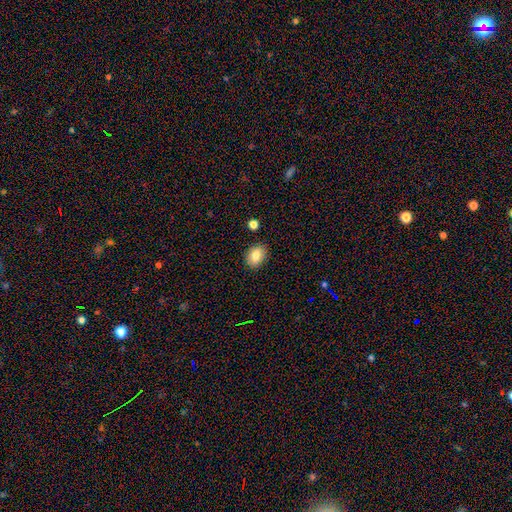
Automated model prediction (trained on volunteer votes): Overall: smooth (83%). How rounded: in between (72%). Merging: none (87%).